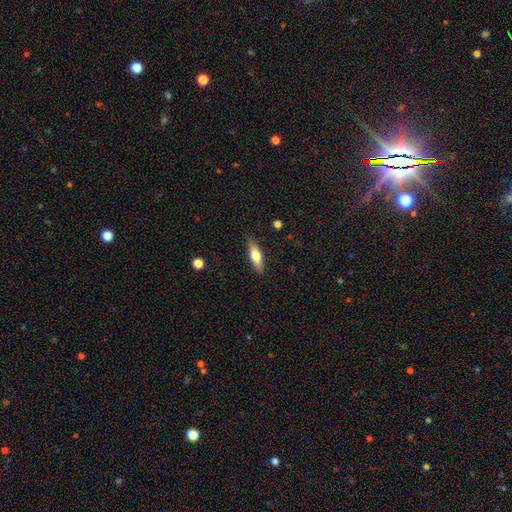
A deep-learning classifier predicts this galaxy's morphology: This appears to be a smooth galaxy with no disk features (66%) that is cigar-shaped (49%, tied with in between). Merging: none (87%).